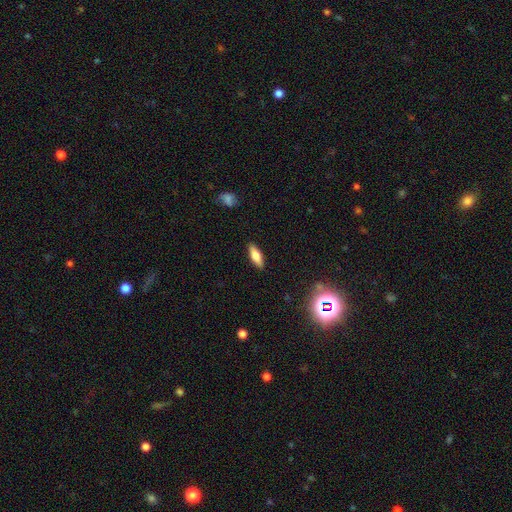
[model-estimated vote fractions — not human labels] Q: Smooth or featured?
A: smooth (66%); runner-up: featured or disk (27%)
Q: How rounded?
A: in between (59%); runner-up: cigar-shaped (39%)
Q: Merging?
A: none (89%); runner-up: minor disturbance (8%)